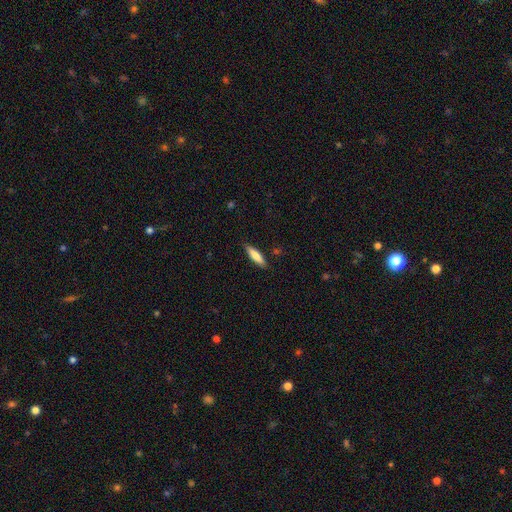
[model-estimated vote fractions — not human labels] Smooth or featured? smooth (78%)
How rounded? cigar-shaped (72%)
Merging? none (86%)